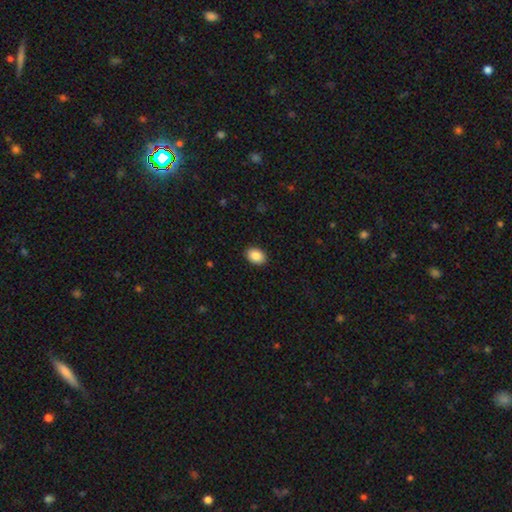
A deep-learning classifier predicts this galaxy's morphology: Smooth or featured: smooth — 88% (star or artifact — 8%)
How rounded: in between — 75% (round — 24%)
Merging: none — 90% (minor disturbance — 7%)